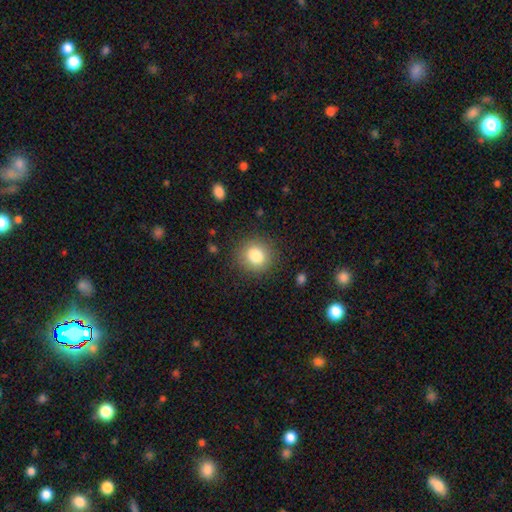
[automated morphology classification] Smooth or featured? Predicted: smooth (p=0.82). How rounded? Predicted: round (p=0.86). Merging? Predicted: none (p=0.87).